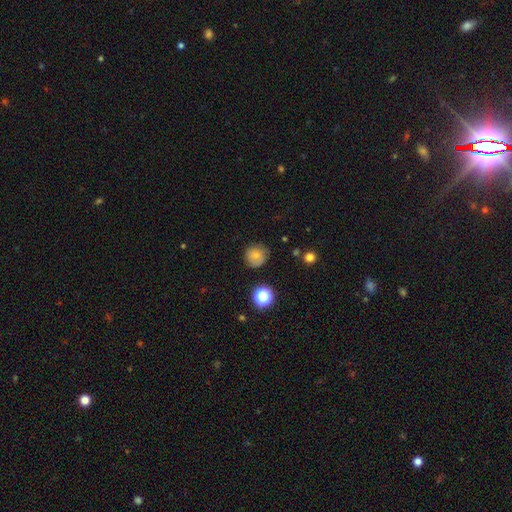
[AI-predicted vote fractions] A smooth galaxy with no disk features (74%) that is round (91%). Merging: none (77%).